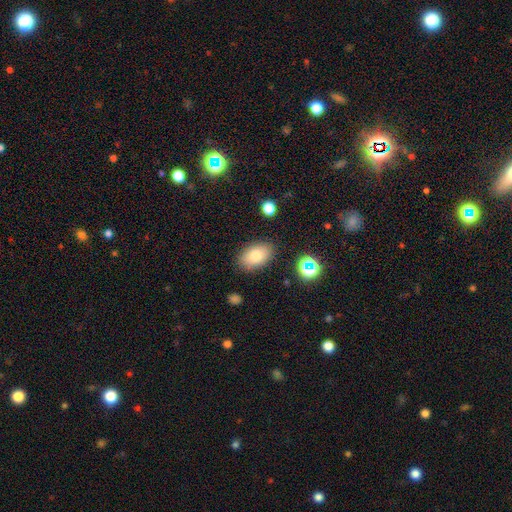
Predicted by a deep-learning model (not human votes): Smooth or featured: smooth — 79% (featured or disk — 11%)
How rounded: in between — 90% (round — 9%)
Merging: none — 85% (minor disturbance — 10%)